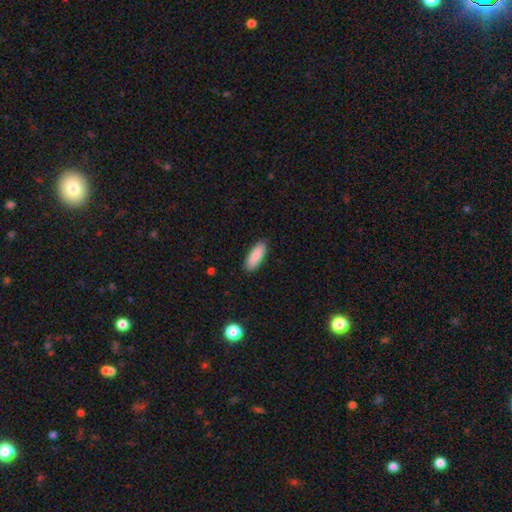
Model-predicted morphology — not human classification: smooth_or_featured: smooth (p=0.88) [alt: featured or disk p=0.06]
how_rounded: in between (p=0.65) [alt: cigar-shaped p=0.33]
merging: none (p=0.88) [alt: minor disturbance p=0.09]